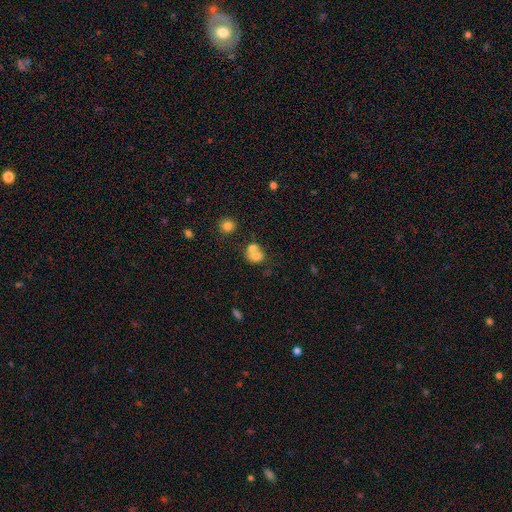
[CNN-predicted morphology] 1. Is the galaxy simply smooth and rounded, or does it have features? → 69% smooth, 20% featured or disk, 11% star or artifact.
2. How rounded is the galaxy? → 58% round, 41% in between, 1% cigar-shaped.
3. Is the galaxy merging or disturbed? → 62% merger, 26% none, 8% minor disturbance, 5% major disturbance.